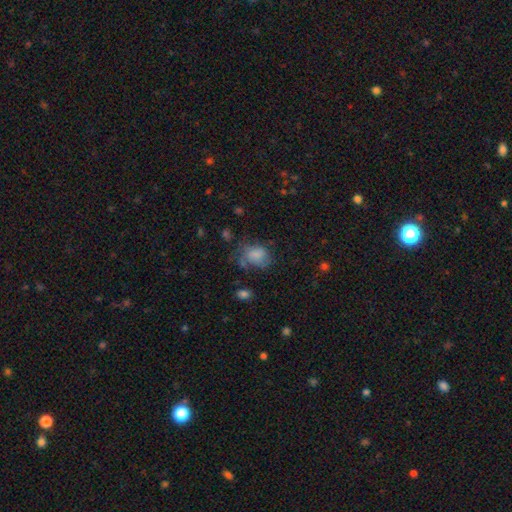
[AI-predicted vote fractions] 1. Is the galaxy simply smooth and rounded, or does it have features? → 69% smooth, 21% featured or disk, 11% star or artifact.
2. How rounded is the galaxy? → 65% in between, 34% round, 1% cigar-shaped.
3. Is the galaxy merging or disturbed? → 38% none, 28% minor disturbance, 28% major disturbance, 6% merger.